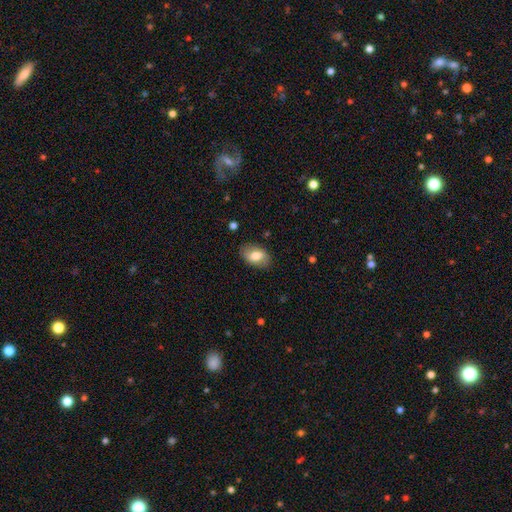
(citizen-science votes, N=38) This is clearly a smooth galaxy (82%). How rounded: clearly in between (90%). Merging: clearly none (89%).